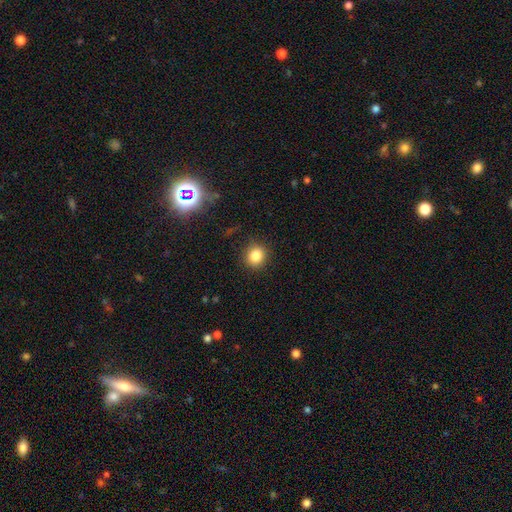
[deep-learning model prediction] This appears to be a smooth galaxy with no disk features (84%) that is round (85%). Merging: none (89%).